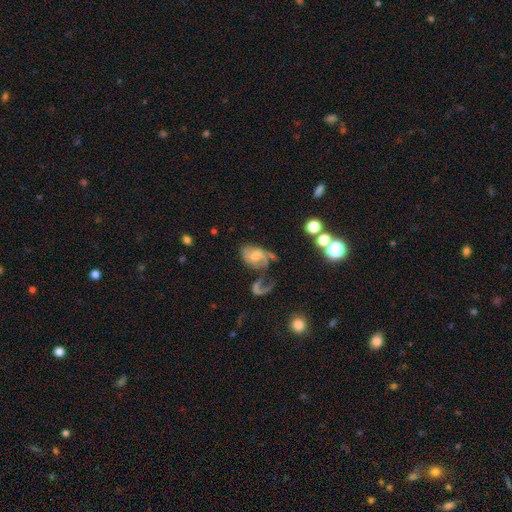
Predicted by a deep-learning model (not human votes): smooth_or_featured: featured or disk (p=0.63) [alt: smooth p=0.27]
disk_edge_on: no (p=0.96) [alt: yes p=0.04]
bar: no (p=0.61) [alt: weak p=0.31]
has_spiral_arms: yes (p=0.77) [alt: no p=0.23]
bulge_size: moderate (p=0.62) [alt: small p=0.29]
merging: major disturbance (p=0.35) [alt: none p=0.32]